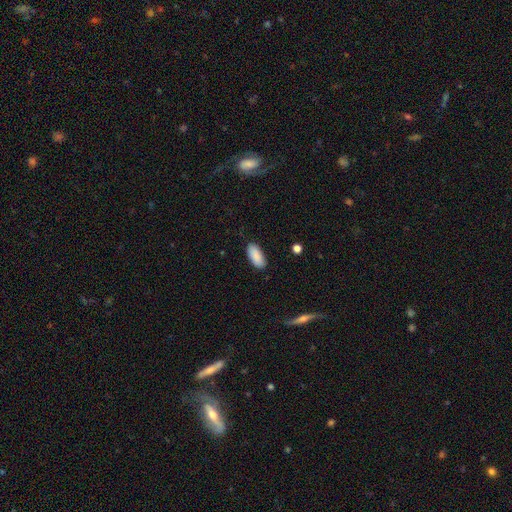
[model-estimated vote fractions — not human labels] A smooth galaxy with no disk features (90%) that is in between round and cigar-shaped (90%). Merging: none (87%).